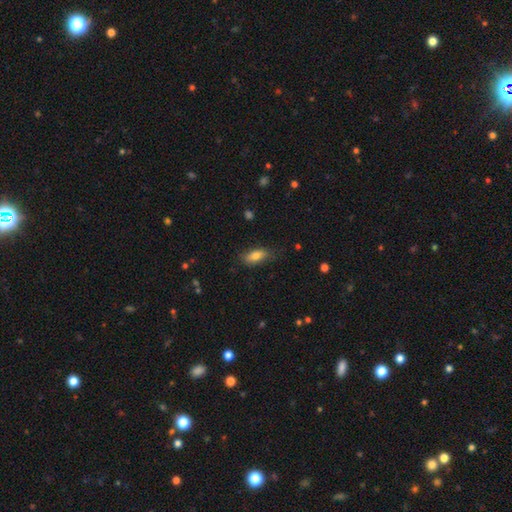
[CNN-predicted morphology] Smooth or featured? smooth (79%)
How rounded? in between (80%)
Merging? none (74%)